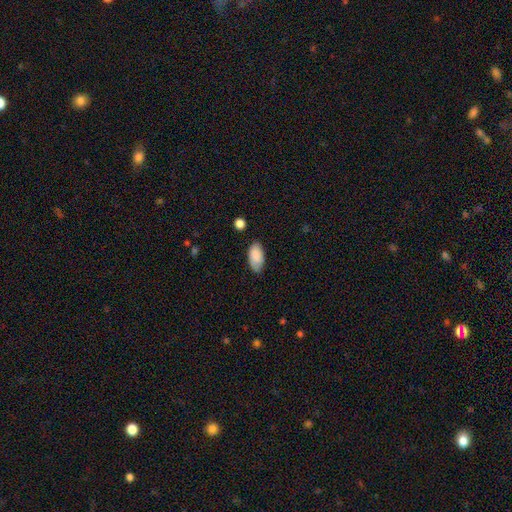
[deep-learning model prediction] A smooth galaxy with no disk features (88%) that is in between round and cigar-shaped (94%).

Vote fractions:
- Smooth or featured? smooth: 88% / star or artifact: 6% / featured or disk: 6%
- How rounded? in between: 94% / cigar-shaped: 3% / round: 2%
- Merging? none: 79% / minor disturbance: 16% / major disturbance: 3% / merger: 2%